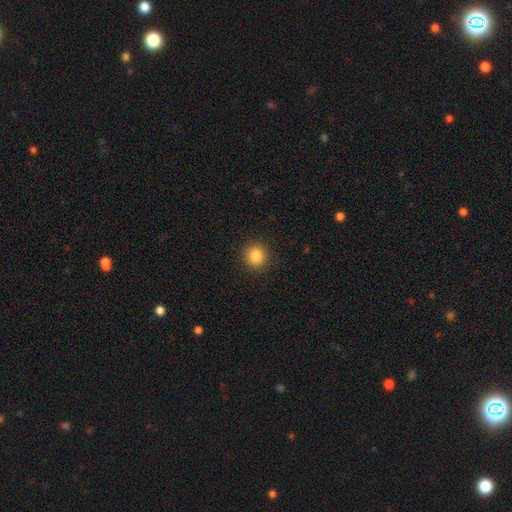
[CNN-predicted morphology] A smooth galaxy with no disk features (85%) that is round (90%).

Vote fractions:
- Smooth or featured? smooth: 85% / star or artifact: 10% / featured or disk: 4%
- How rounded? round: 90% / in between: 9% / cigar-shaped: 1%
- Merging? none: 91% / minor disturbance: 6% / major disturbance: 2% / merger: 1%